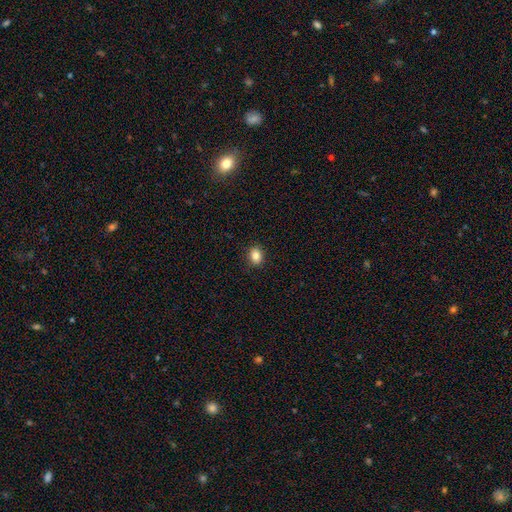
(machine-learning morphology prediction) smooth 84%, star or artifact 10%, featured or disk 6%. Down the decision tree: how rounded — in between (55%); merging — none (90%).